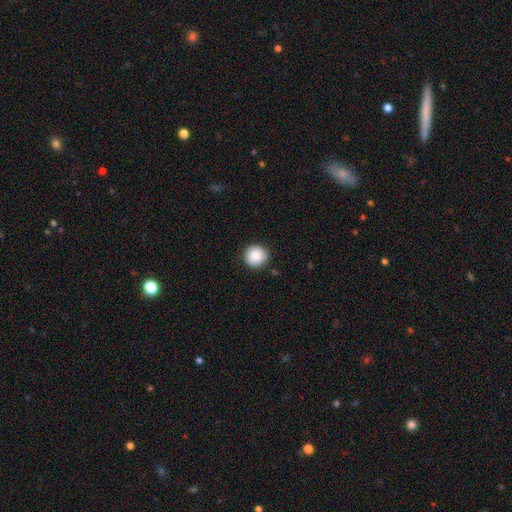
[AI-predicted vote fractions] A smooth galaxy with no disk features (85%) that is round (94%).

Vote fractions:
- Smooth or featured? smooth: 85% / star or artifact: 8% / featured or disk: 7%
- How rounded? round: 94% / in between: 5% / cigar-shaped: 1%
- Merging? none: 89% / minor disturbance: 8% / major disturbance: 2% / merger: 1%